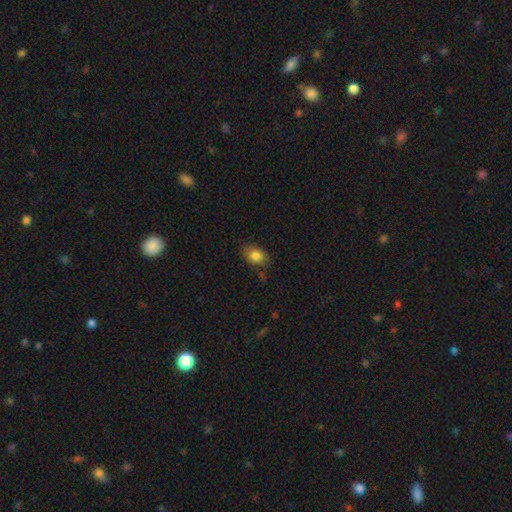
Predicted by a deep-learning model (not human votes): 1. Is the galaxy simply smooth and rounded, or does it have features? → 83% smooth, 9% star or artifact, 8% featured or disk.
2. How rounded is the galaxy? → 70% in between, 29% round, 1% cigar-shaped.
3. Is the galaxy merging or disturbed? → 74% none, 19% minor disturbance, 4% major disturbance, 2% merger.